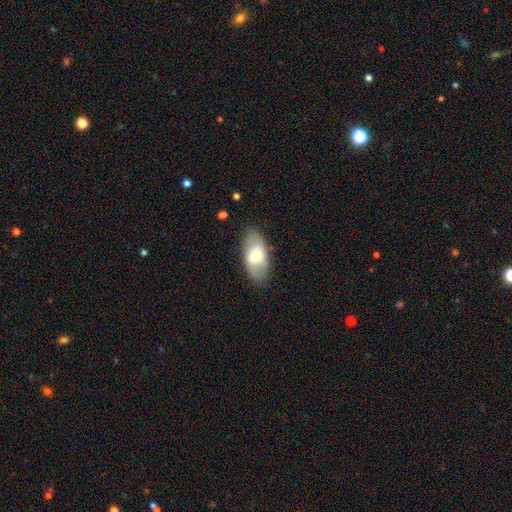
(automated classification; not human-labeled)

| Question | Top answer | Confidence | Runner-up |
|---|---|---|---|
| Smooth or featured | smooth | 65% | featured or disk (29%) |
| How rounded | in between | 92% | cigar-shaped (4%) |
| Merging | none | 81% | minor disturbance (14%) |